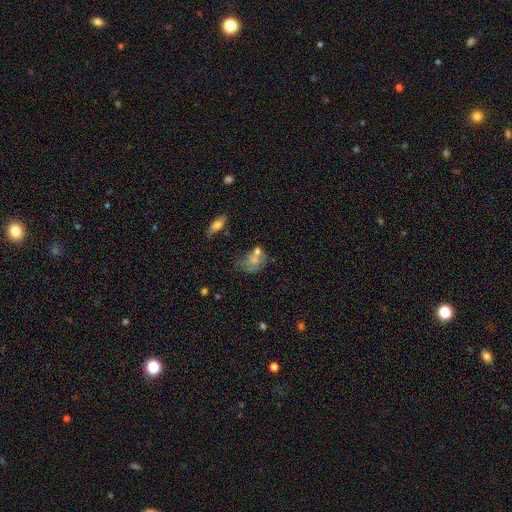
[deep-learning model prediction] This appears to be a smooth galaxy with no disk features (60%) that is in between round and cigar-shaped (69%). Merging: merger (30%).